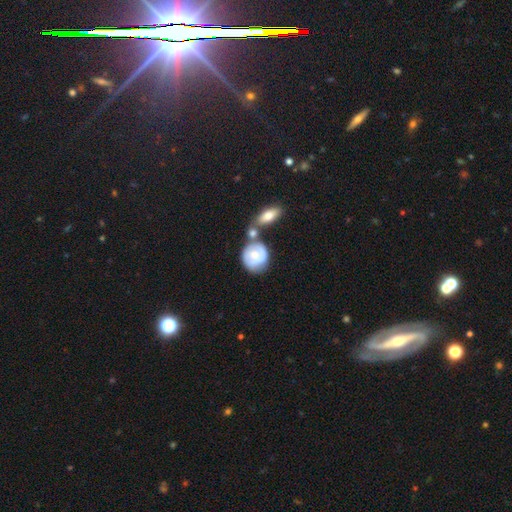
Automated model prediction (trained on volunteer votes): A featured or disk galaxy (51%).

Vote fractions:
- Smooth or featured? featured or disk: 51% / smooth: 44% / star or artifact: 6%
- Edge-on disk? no: 96% / yes: 4%
- Merging? none: 39% / merger: 34% / minor disturbance: 19% / major disturbance: 8%